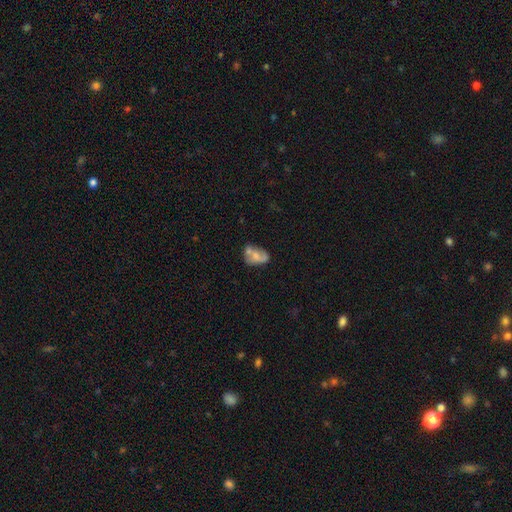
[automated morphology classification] Q: Smooth or featured?
A: smooth (50%); runner-up: featured or disk (40%)
Q: How rounded?
A: in between (81%); runner-up: round (17%)
Q: Merging?
A: merger (39%); runner-up: none (29%)